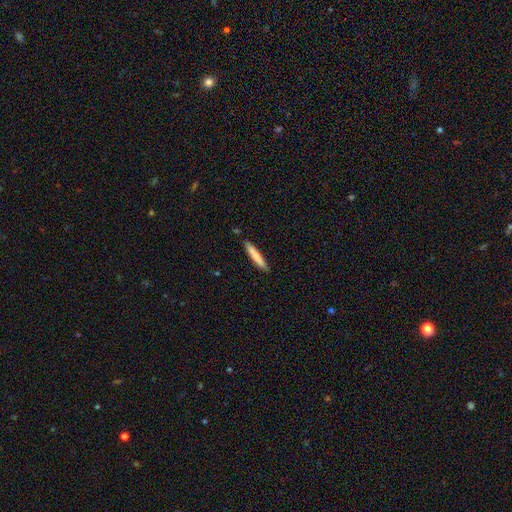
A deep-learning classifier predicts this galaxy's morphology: type=smooth (77%); roundness=cigar-shaped (93%); merging=none (88%).